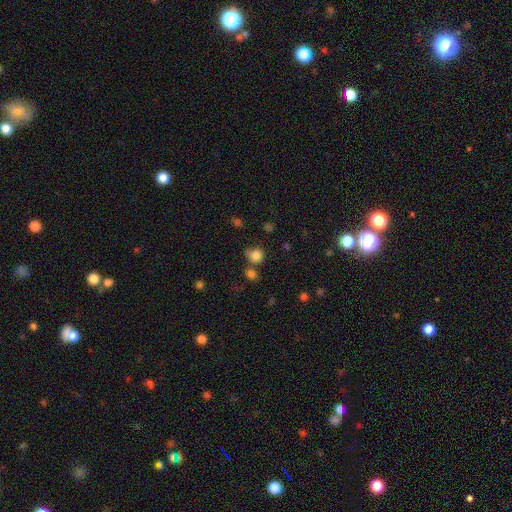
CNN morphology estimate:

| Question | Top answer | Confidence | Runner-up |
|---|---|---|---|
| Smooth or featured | smooth | 83% | star or artifact (12%) |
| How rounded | round | 83% | in between (16%) |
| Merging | none | 59% | minor disturbance (18%) |